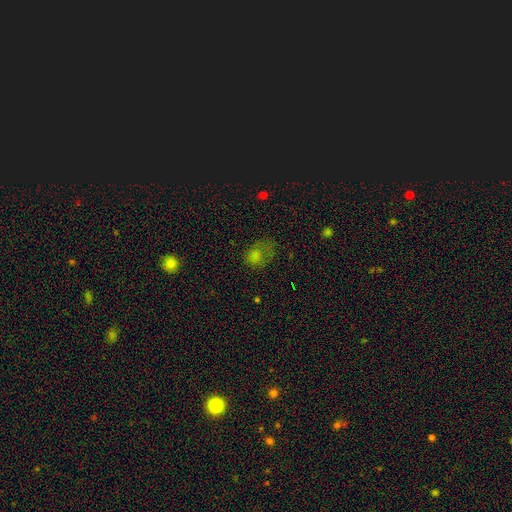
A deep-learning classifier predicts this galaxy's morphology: Smooth or featured? smooth (69%)
How rounded? in between (58%)
Merging? none (39%)